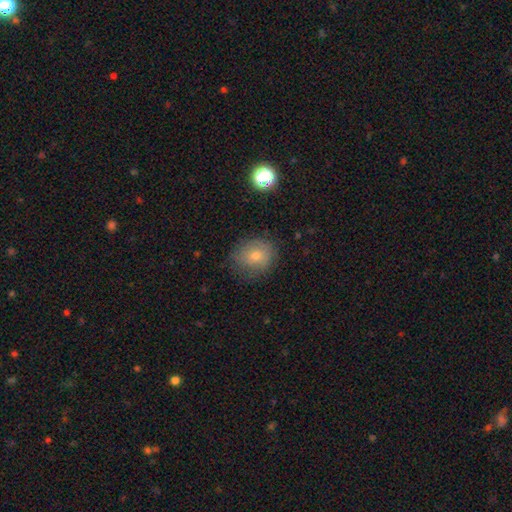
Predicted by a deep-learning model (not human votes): Morphology: type=smooth (72%); roundness=round (66%); merging=none (71%).